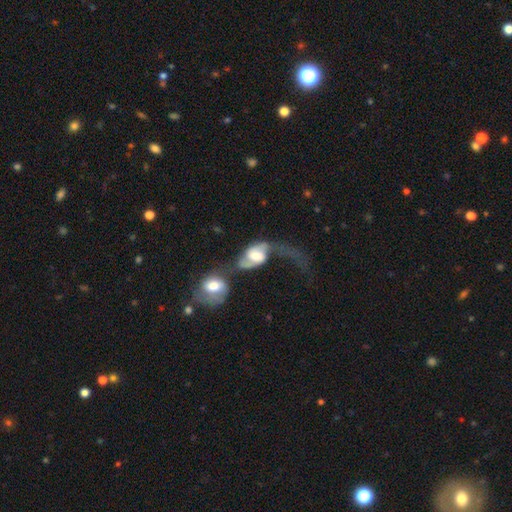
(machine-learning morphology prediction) Q: Smooth or featured?
A: featured or disk (76%); runner-up: smooth (18%)
Q: Edge-on disk?
A: no (96%); runner-up: yes (4%)
Q: Bar?
A: weak (44%); runner-up: no (33%)
Q: Spiral arms?
A: yes (89%); runner-up: no (11%)
Q: Spiral winding?
A: loose (68%); runner-up: medium (24%)
Q: Spiral arm count?
A: 2 (79%); runner-up: 1 (13%)
Q: Bulge size?
A: moderate (44%); runner-up: large (34%)
Q: Merging?
A: merger (56%); runner-up: major disturbance (23%)